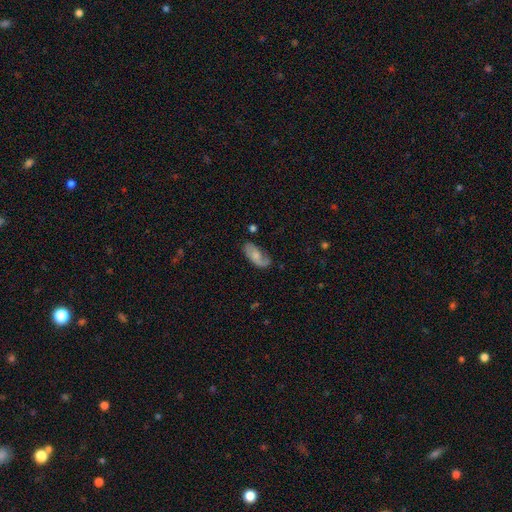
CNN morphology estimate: smooth-or-featured: smooth: 50% | featured or disk: 43% | star or artifact: 7%
  merging: none: 60% | minor disturbance: 26% | major disturbance: 11% | merger: 3%